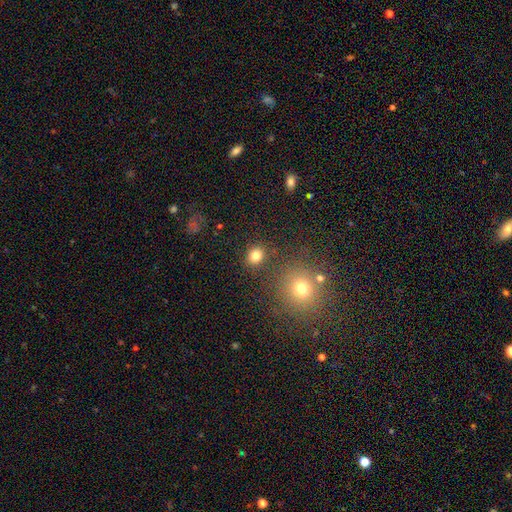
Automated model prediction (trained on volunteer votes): Overall: smooth (80%). How rounded: round (68%; in between 31%). Merging: none (83%).